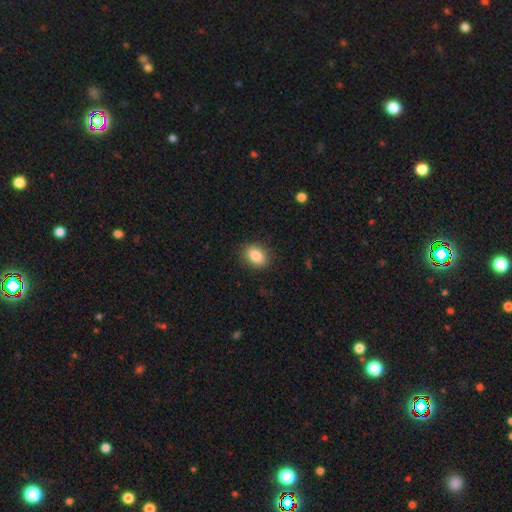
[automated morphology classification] This appears to be a smooth galaxy with no disk features (84%) that is in between round and cigar-shaped (73%). Merging: none (86%).